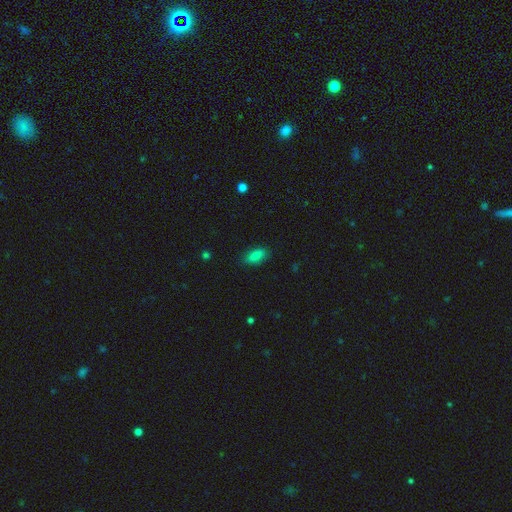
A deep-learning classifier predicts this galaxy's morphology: Smooth or featured?
  - smooth: 83% *
  - star or artifact: 9%
  - featured or disk: 8%
How rounded?
  - in between: 85% *
  - cigar-shaped: 11%
  - round: 4%
Merging?
  - none: 81% *
  - minor disturbance: 15%
  - major disturbance: 3%
  - merger: 1%